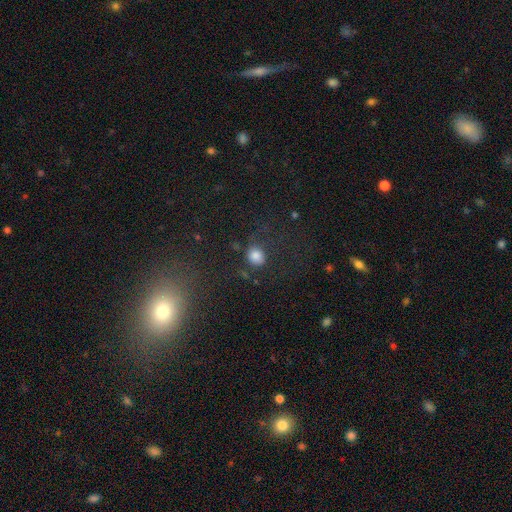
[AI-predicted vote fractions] Overall: smooth (79%). How rounded: round (72%). Merging: none (63%).